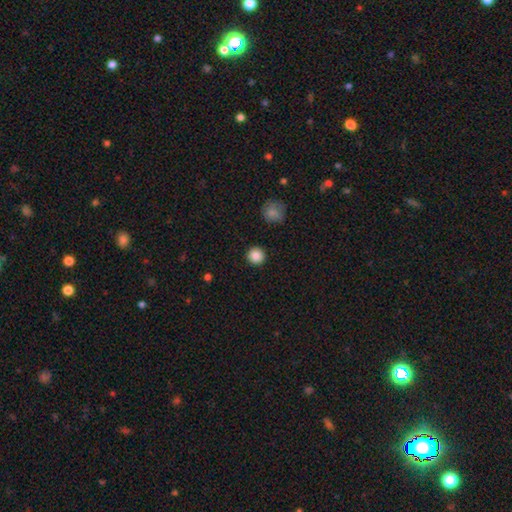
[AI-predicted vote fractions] A smooth galaxy with no disk features (87%) that is round (95%). Merging: none (93%).